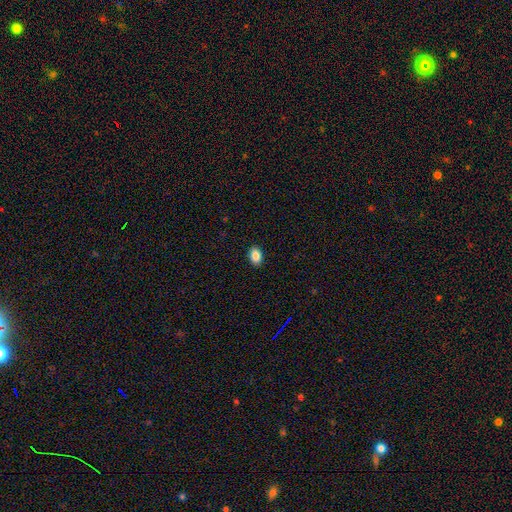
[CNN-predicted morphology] smooth 86%, star or artifact 9%, featured or disk 5%. Down the decision tree: how rounded — in between (83%); merging — none (90%).